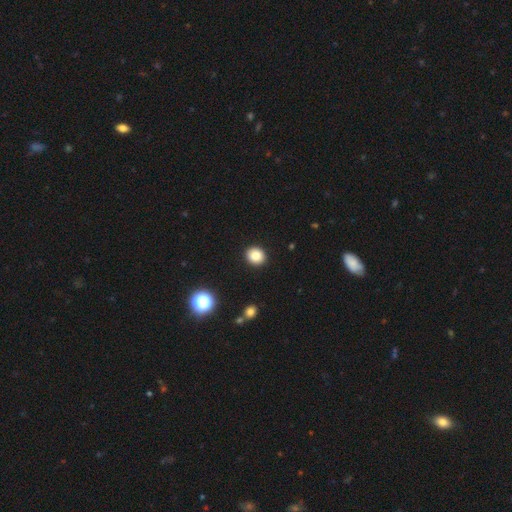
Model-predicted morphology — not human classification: type=smooth (84%); roundness=round (76%); merging=none (92%).